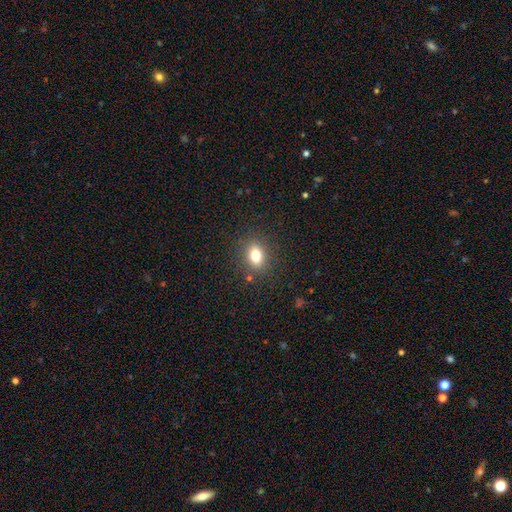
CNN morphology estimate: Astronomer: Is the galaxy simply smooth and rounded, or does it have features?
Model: smooth — 79%.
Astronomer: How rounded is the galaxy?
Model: in between — 63%.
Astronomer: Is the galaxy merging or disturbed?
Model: none — 86%.